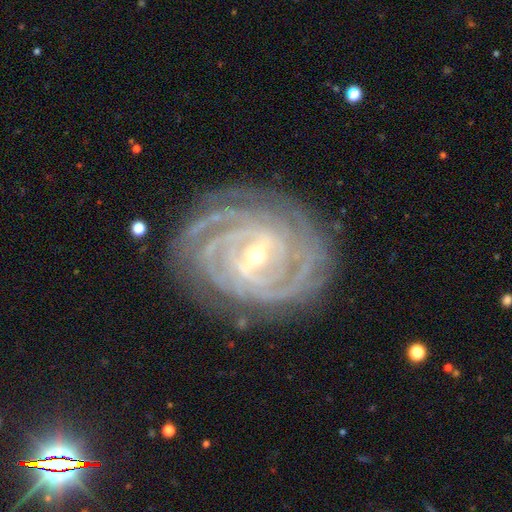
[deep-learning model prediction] Q: Smooth or featured?
A: featured or disk (92%); runner-up: star or artifact (5%)
Q: Edge-on disk?
A: no (97%); runner-up: yes (3%)
Q: Bar?
A: weak (43%); runner-up: strong (40%)
Q: Spiral arms?
A: yes (98%); runner-up: no (2%)
Q: Spiral winding?
A: tight (85%); runner-up: medium (13%)
Q: Spiral arm count?
A: 4 (30%); runner-up: 3 (20%)
Q: Bulge size?
A: small (55%); runner-up: moderate (42%)
Q: Merging?
A: none (82%); runner-up: minor disturbance (13%)